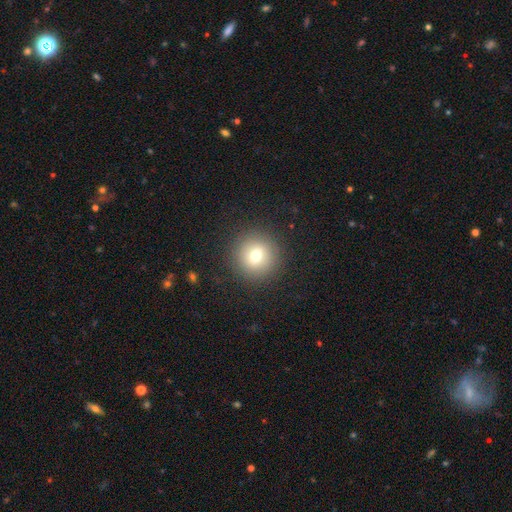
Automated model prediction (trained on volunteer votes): A smooth galaxy with no disk features (71%) that is round (95%).

Vote fractions:
- Smooth or featured? smooth: 71% / featured or disk: 15% / star or artifact: 14%
- How rounded? round: 95% / in between: 4% / cigar-shaped: 1%
- Merging? none: 89% / minor disturbance: 6% / major disturbance: 3% / merger: 1%